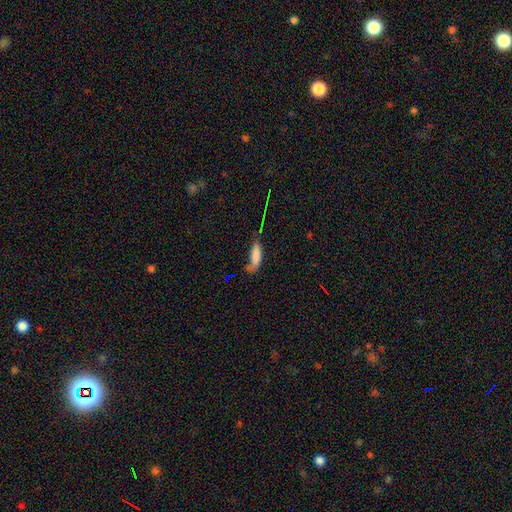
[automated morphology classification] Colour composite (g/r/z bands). It shows a smooth galaxy with no disk features (78%) that is in between round and cigar-shaped (54%). Merging: none (39%).